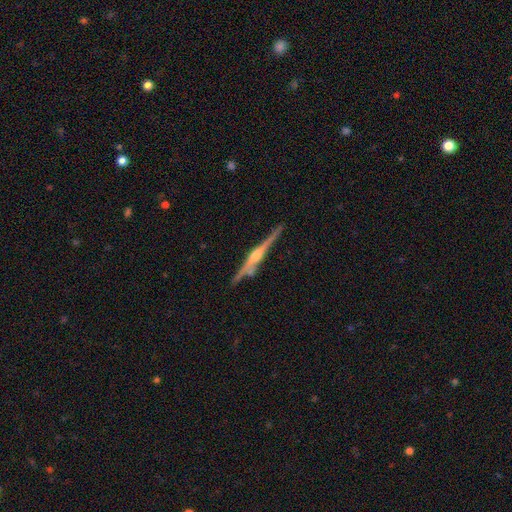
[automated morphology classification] Smooth or featured: featured or disk — 84% (smooth — 10%)
Edge-on disk: yes — 98% (no — 2%)
Edge-on bulge: rounded — 79% (boxy — 12%)
Merging: none — 81% (minor disturbance — 14%)